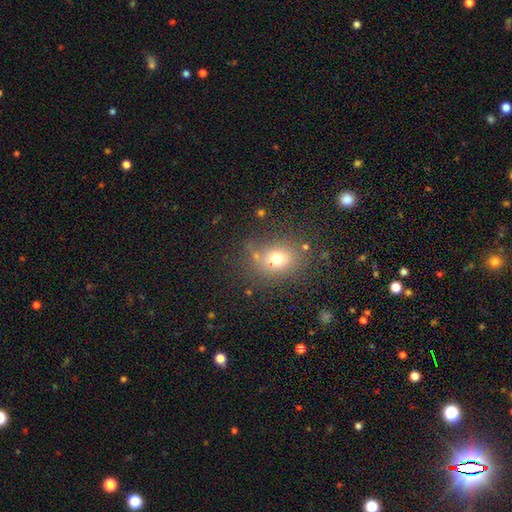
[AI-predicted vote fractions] Morphology: type=smooth (68%); roundness=round (58%); merging=none (75%).